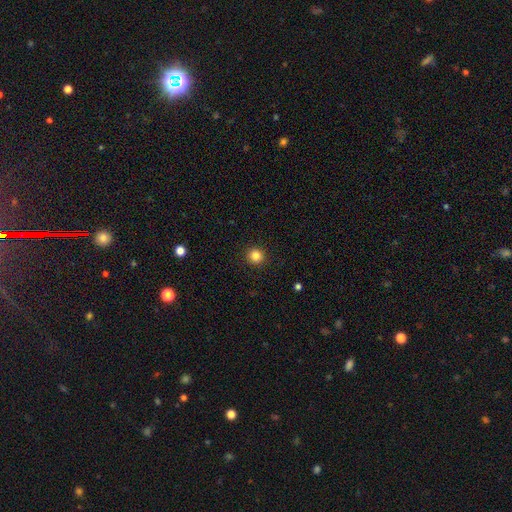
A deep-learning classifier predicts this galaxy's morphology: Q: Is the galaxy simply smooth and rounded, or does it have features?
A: smooth — 84%.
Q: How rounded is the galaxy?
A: round — 94%.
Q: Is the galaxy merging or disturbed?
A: none — 93%.